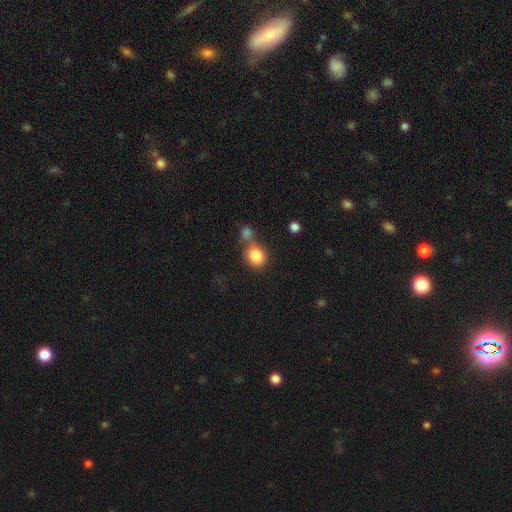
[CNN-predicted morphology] smooth 84%, star or artifact 9%, featured or disk 7%. Down the decision tree: how rounded — round (75%); merging — none (51%).